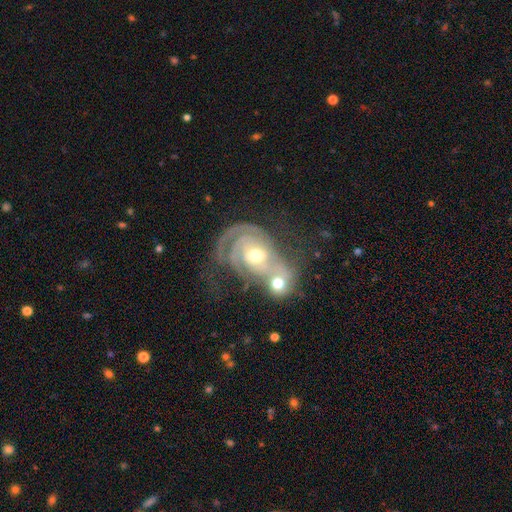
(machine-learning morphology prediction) A featured or disk galaxy (82%) with no bar (66%), 2 (38%) tight (64%) spiral arms (93%) and a moderate central bulge (67%).

Vote fractions:
- Smooth or featured? featured or disk: 82% / smooth: 12% / star or artifact: 6%
- Edge-on disk? no: 97% / yes: 3%
- Bar? no: 66% / weak: 26% / strong: 8%
- Spiral arms? yes: 93% / no: 7%
- Spiral winding? tight: 64% / medium: 27% / loose: 9%
- Spiral arm count? 2: 38% / can't tell: 27% / 1: 15% / 3: 13% / 4: 4% / more than 4: 3%
- Bulge size? moderate: 67% / small: 25% / large: 5% / none: 1% / dominant: 1%
- Merging? merger: 60% / none: 19% / major disturbance: 12% / minor disturbance: 9%